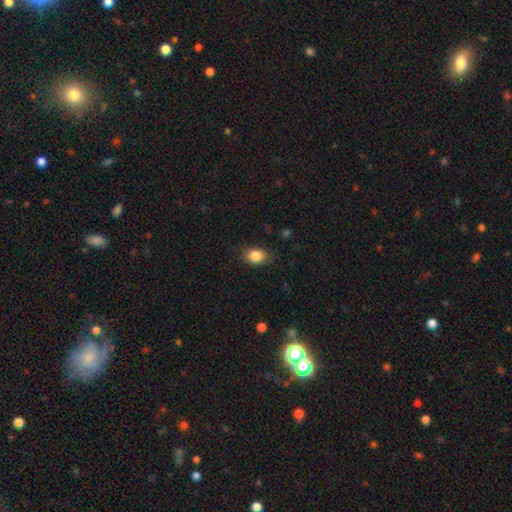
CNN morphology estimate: Smooth or featured: smooth — 86% (star or artifact — 9%)
How rounded: in between — 69% (round — 30%)
Merging: none — 82% (minor disturbance — 14%)